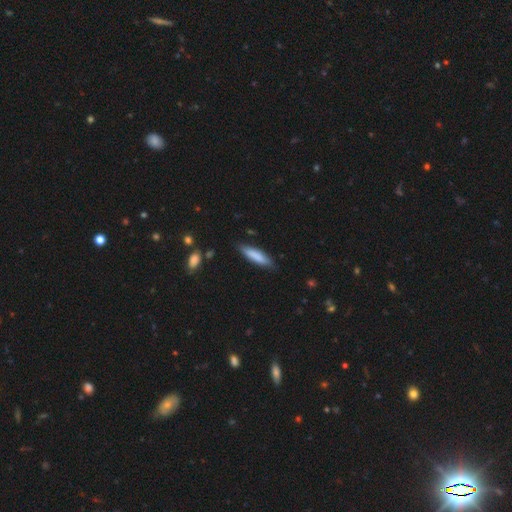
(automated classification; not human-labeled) This appears to be a smooth galaxy with no disk features (81%) that is cigar-shaped (75%). Merging: none (83%).